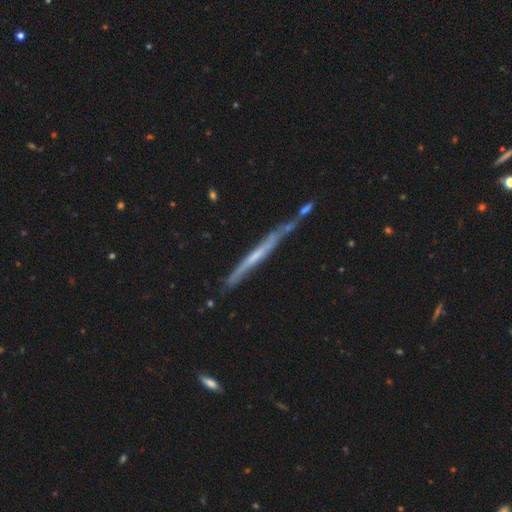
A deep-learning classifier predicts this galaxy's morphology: featured or disk 67%, smooth 25%, star or artifact 8%. Down the decision tree: edge-on disk — yes (94%); edge-on bulge — none (74%); merging — none (62%).